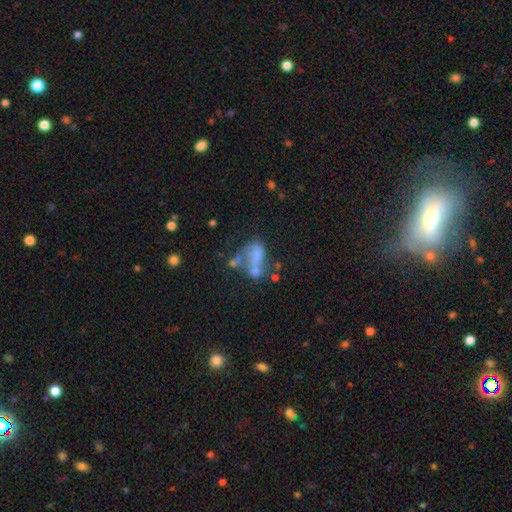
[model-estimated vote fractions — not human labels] smooth 48%, featured or disk 38%, star or artifact 14%. Down the decision tree: merging — merger (42%).